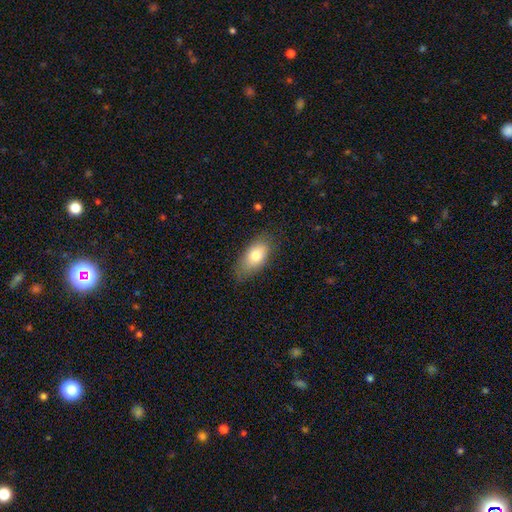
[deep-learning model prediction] smooth-or-featured: smooth: 77% | featured or disk: 15% | star or artifact: 8%
  how-rounded: in between: 88% | cigar-shaped: 7% | round: 5%
  merging: none: 76% | minor disturbance: 18% | major disturbance: 4% | merger: 1%